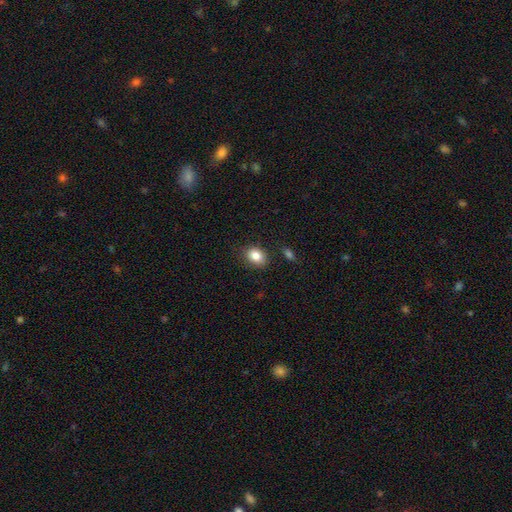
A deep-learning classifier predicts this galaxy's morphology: Smooth or featured? Predicted: smooth (p=0.84). How rounded? Predicted: in between (p=0.64). Merging? Predicted: none (p=0.84).